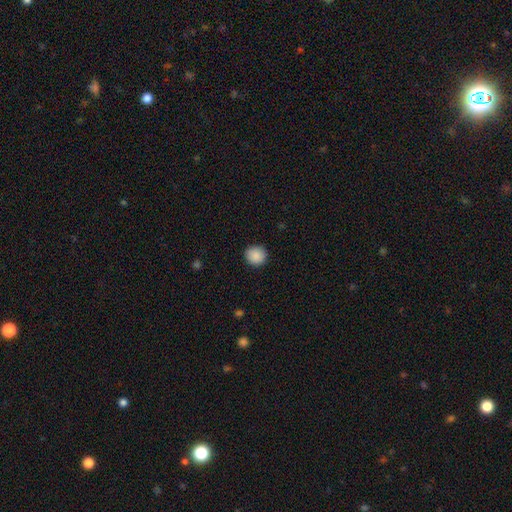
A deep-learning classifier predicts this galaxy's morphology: Smooth or featured? Predicted: smooth (p=0.90). How rounded? Predicted: round (p=0.89). Merging? Predicted: none (p=0.91).